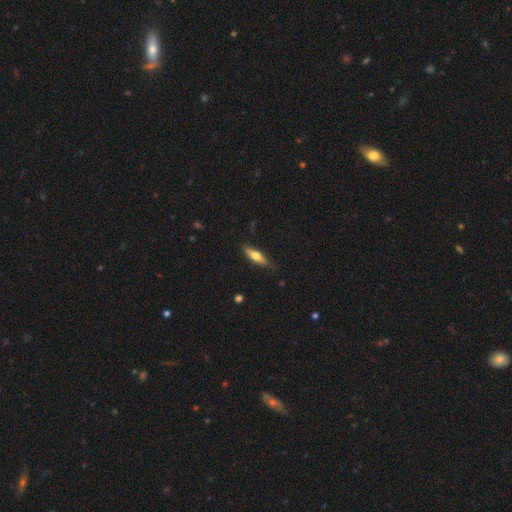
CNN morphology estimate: Smooth or featured?
  - smooth: 57% *
  - featured or disk: 37%
  - star or artifact: 6%
How rounded?
  - cigar-shaped: 61% *
  - in between: 37%
  - round: 2%
Merging?
  - none: 79% *
  - minor disturbance: 16%
  - major disturbance: 3%
  - merger: 1%